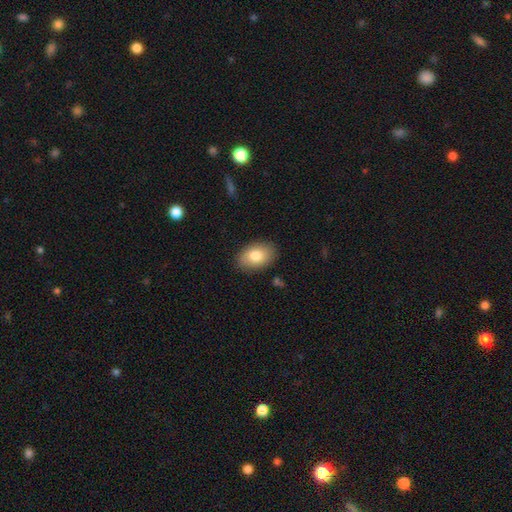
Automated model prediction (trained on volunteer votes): smooth-or-featured: smooth: 81% | featured or disk: 12% | star or artifact: 7%
  how-rounded: in between: 86% | round: 12% | cigar-shaped: 1%
  merging: none: 85% | minor disturbance: 11% | major disturbance: 2% | merger: 1%